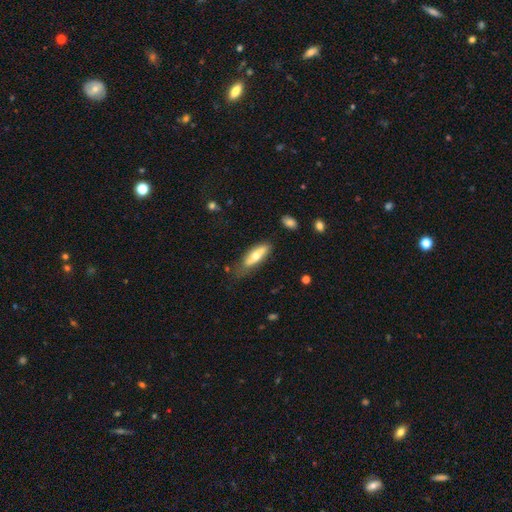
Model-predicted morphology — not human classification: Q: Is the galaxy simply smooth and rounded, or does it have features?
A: smooth — 53%.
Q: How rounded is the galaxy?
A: in between — 52%.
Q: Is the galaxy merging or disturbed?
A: none — 59%.